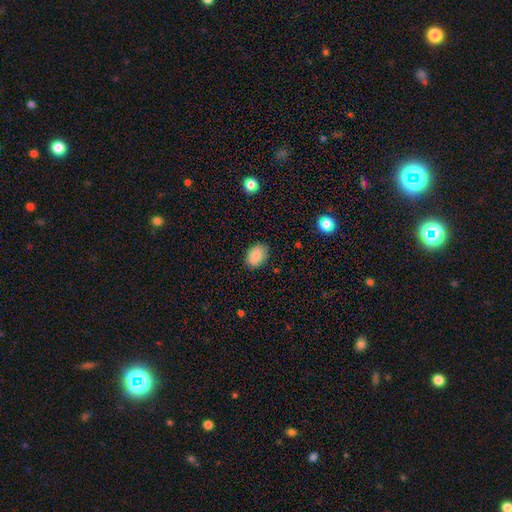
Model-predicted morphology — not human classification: Overall: smooth (89%). How rounded: in between (86%). Merging: none (85%).